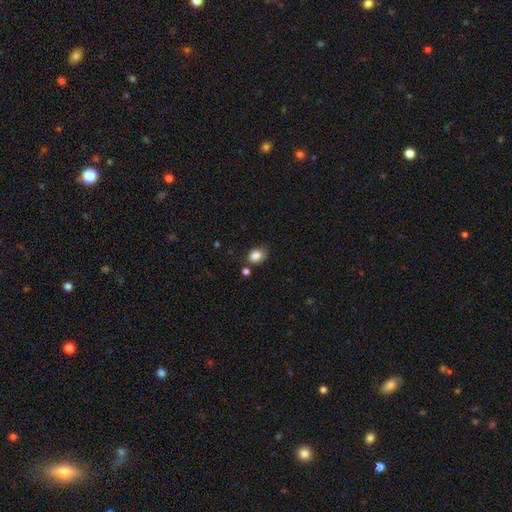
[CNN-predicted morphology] Smooth or featured? Predicted: smooth (p=0.85). How rounded? Predicted: in between (p=0.63). Merging? Predicted: none (p=0.67).